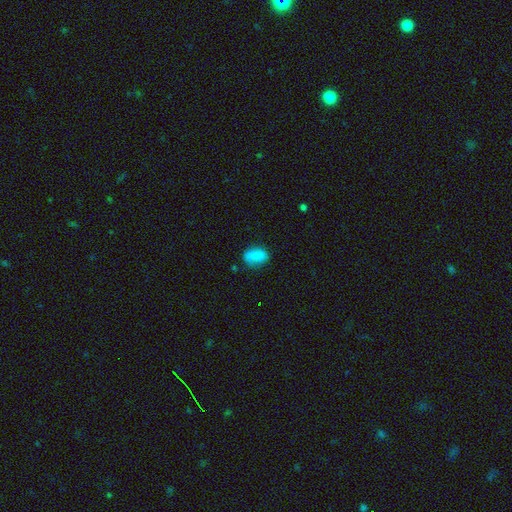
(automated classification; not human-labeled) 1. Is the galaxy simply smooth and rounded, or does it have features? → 84% smooth, 9% star or artifact, 7% featured or disk.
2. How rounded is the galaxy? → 85% in between, 10% round, 5% cigar-shaped.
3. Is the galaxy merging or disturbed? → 69% none, 23% minor disturbance, 6% major disturbance, 2% merger.